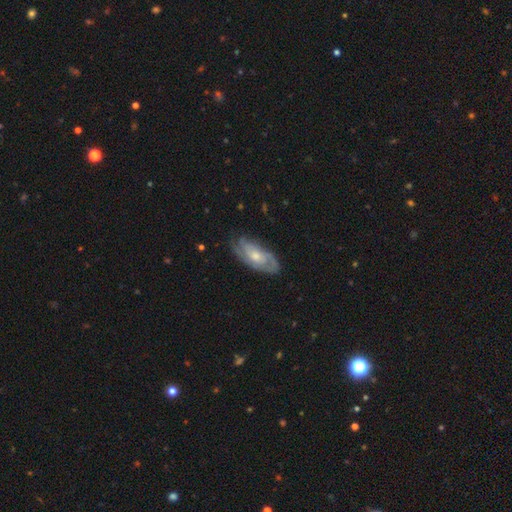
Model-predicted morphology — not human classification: This is likely a featured or disk galaxy (72%). It is clearly not viewed edge-on (91%). Bar: likely no (71%). Spiral arm pattern: clearly yes (89%). Spiral arm count: marginally can't tell (41%). Spiral winding: possibly tight (54%). Central bulge: possibly moderate (55%). Merging: likely none (70%).